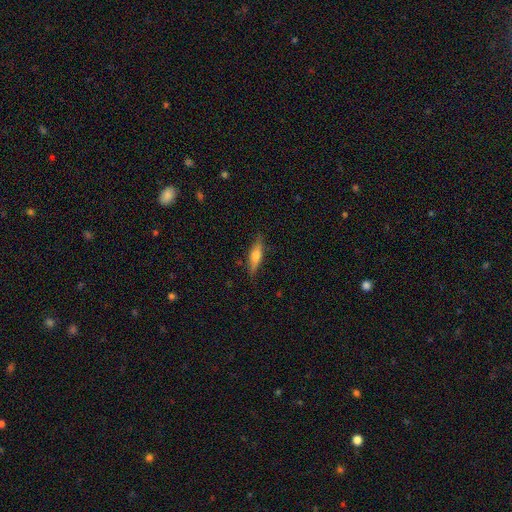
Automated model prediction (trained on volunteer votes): The model was most divided on "smooth or featured": smooth: 47%, featured or disk: 46%, star or artifact: 7%. More confident: merging — none (84%).